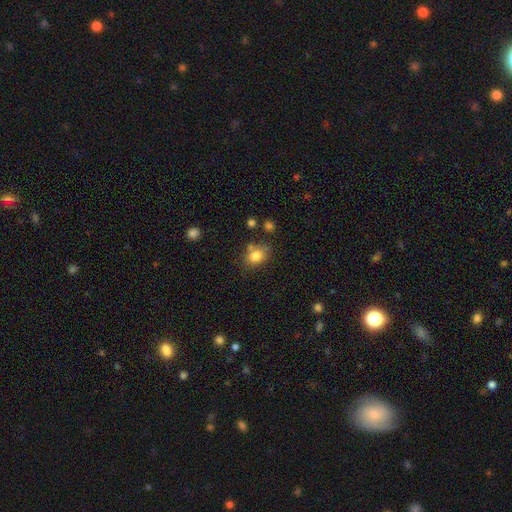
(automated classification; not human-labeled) This is clearly a smooth galaxy (81%). How rounded: possibly in between (60%). Merging: likely none (66%).